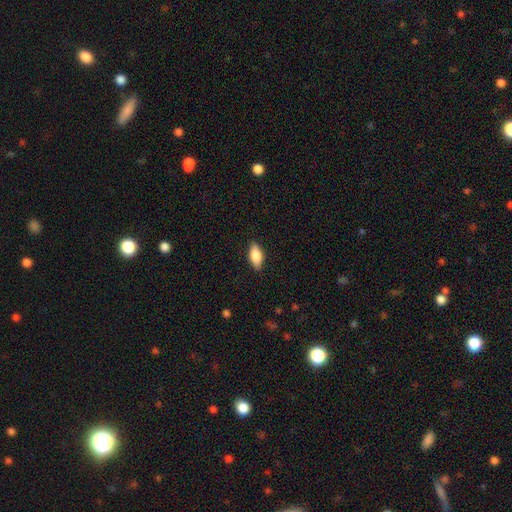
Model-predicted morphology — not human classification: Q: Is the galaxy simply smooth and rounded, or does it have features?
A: smooth — 80%.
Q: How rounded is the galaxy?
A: in between — 85%.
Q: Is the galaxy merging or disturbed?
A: none — 87%.